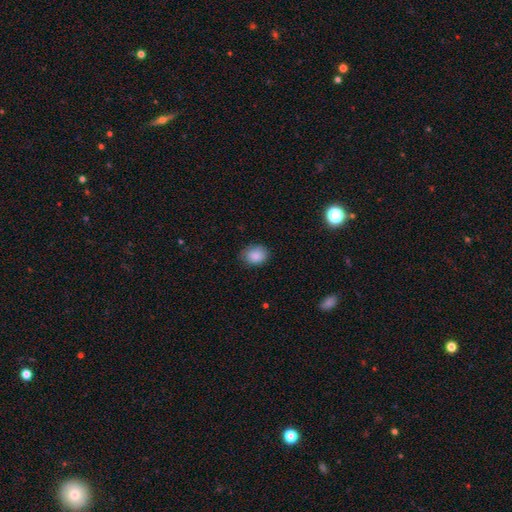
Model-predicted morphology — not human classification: smooth 87%, star or artifact 8%, featured or disk 5%. Down the decision tree: how rounded — in between (56%); merging — none (78%).